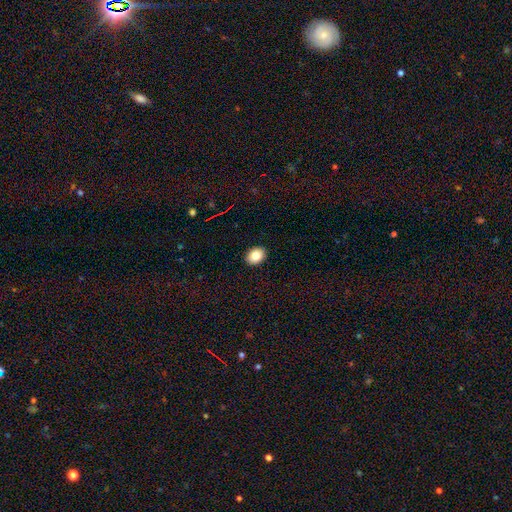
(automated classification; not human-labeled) smooth 83%, star or artifact 9%, featured or disk 8%. Down the decision tree: how rounded — in between (62%); merging — none (91%).